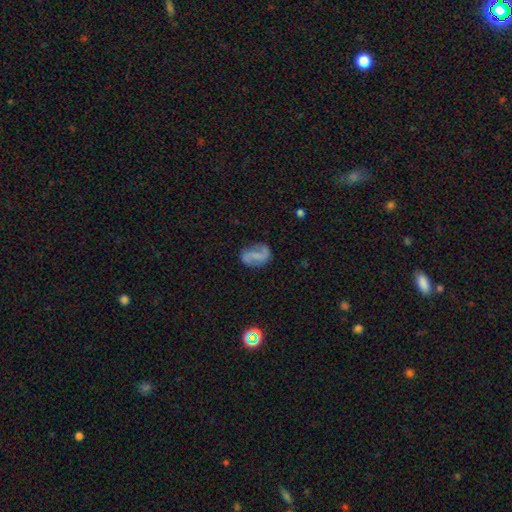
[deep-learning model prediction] smooth_or_featured: featured or disk (p=0.66) [alt: smooth p=0.25]
disk_edge_on: no (p=0.97) [alt: yes p=0.03]
bar: weak (p=0.38) [alt: strong p=0.33]
has_spiral_arms: yes (p=0.87) [alt: no p=0.13]
spiral_winding: loose (p=0.63) [alt: medium p=0.27]
spiral_arm_count: 2 (p=0.89) [alt: can't tell p=0.04]
bulge_size: none (p=0.61) [alt: small p=0.27]
merging: none (p=0.72) [alt: minor disturbance p=0.18]